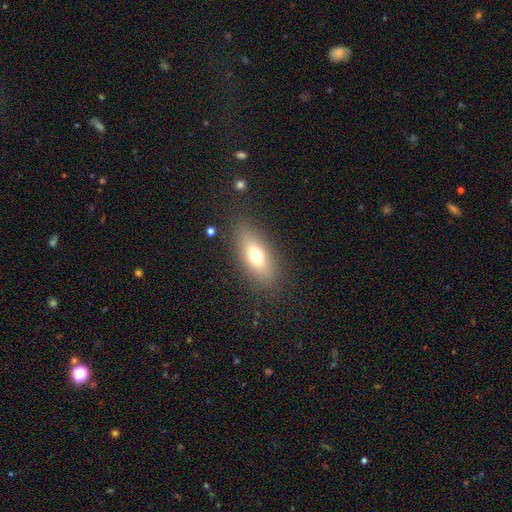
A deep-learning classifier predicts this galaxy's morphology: The model was most divided on "smooth or featured": smooth: 69%, featured or disk: 21%, star or artifact: 10%. More confident: merging — none (83%); how rounded — in between (78%).